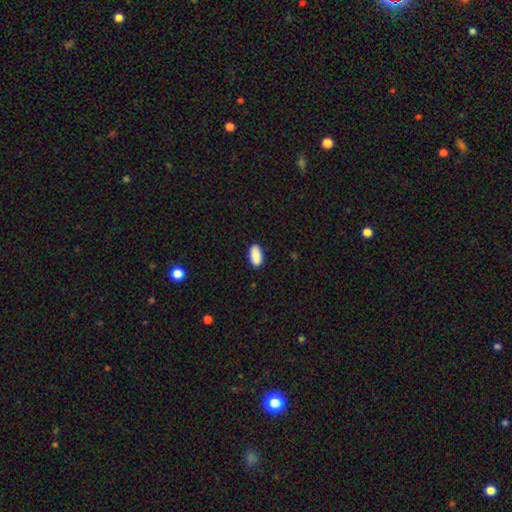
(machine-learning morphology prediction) Smooth or featured? smooth (90%)
How rounded? in between (94%)
Merging? none (88%)